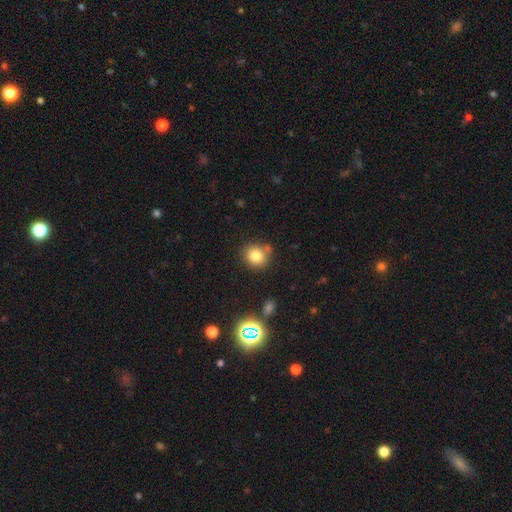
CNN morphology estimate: smooth-or-featured: smooth: 79% | star or artifact: 13% | featured or disk: 8%
  how-rounded: round: 83% | in between: 16% | cigar-shaped: 1%
  merging: none: 74% | minor disturbance: 13% | merger: 9% | major disturbance: 4%